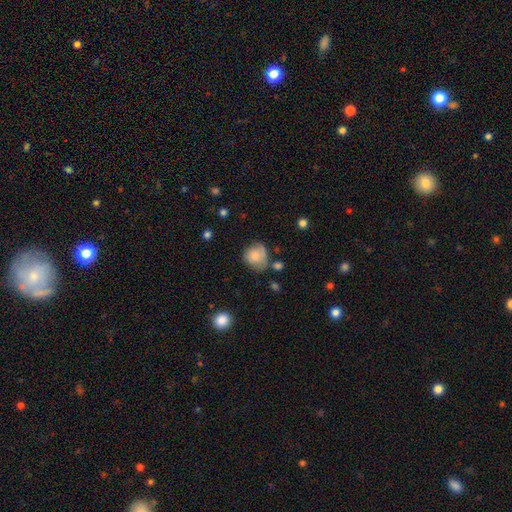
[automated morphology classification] This is likely a smooth galaxy (73%). How rounded: likely round (75%). Merging: possibly none (48%).